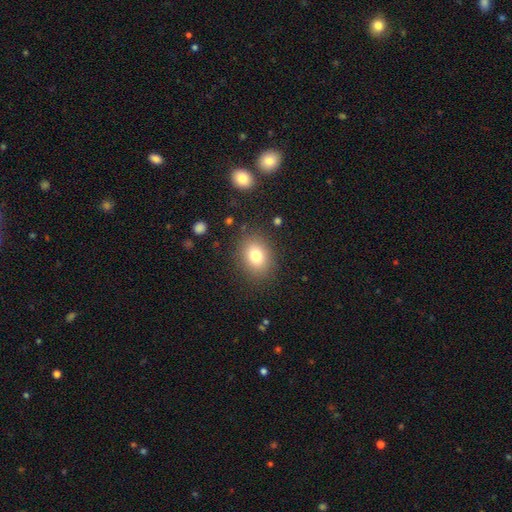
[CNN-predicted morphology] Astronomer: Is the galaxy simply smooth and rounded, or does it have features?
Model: smooth — 79%.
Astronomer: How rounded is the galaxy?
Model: in between — 57% (runner-up: round, 42%).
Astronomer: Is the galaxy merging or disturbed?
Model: none — 85%.